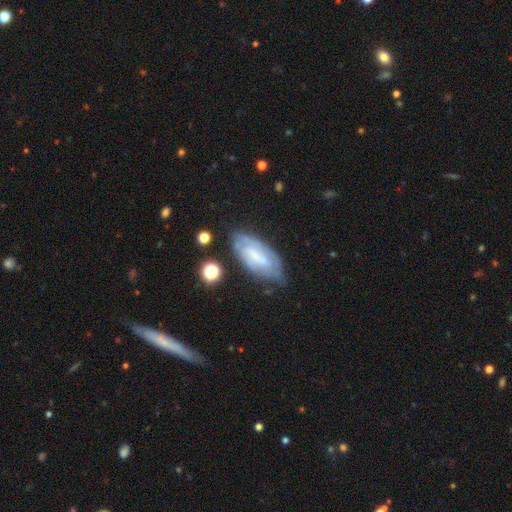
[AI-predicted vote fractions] A featured or disk galaxy (57%) with a weak bar (45%), spiral arms (77%) and a small central bulge (37%). Merging: none (66%).